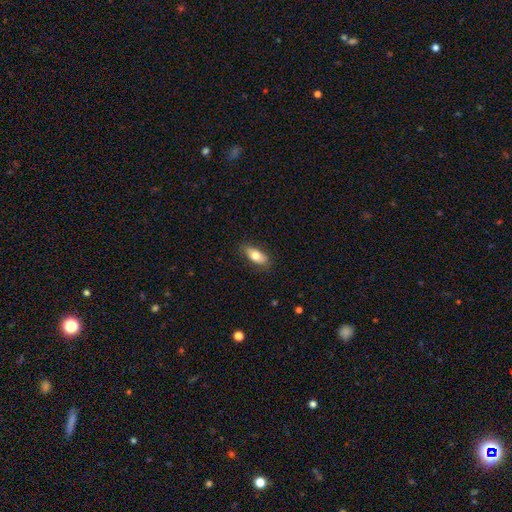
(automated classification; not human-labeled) Q: Smooth or featured?
A: smooth (74%); runner-up: featured or disk (19%)
Q: How rounded?
A: in between (88%); runner-up: cigar-shaped (9%)
Q: Merging?
A: none (84%); runner-up: minor disturbance (12%)